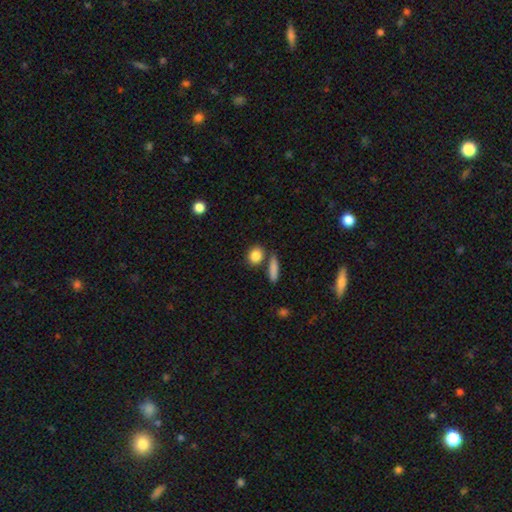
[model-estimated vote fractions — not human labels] Smooth or featured: smooth — 86% (star or artifact — 8%)
How rounded: round — 58% (in between — 36%)
Merging: none — 73% (merger — 13%)